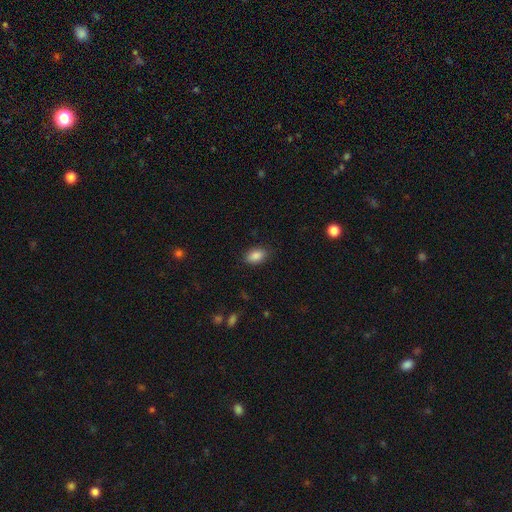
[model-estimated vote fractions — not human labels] Q: Smooth or featured?
A: smooth (88%); runner-up: star or artifact (8%)
Q: How rounded?
A: in between (88%); runner-up: round (10%)
Q: Merging?
A: none (85%); runner-up: minor disturbance (11%)